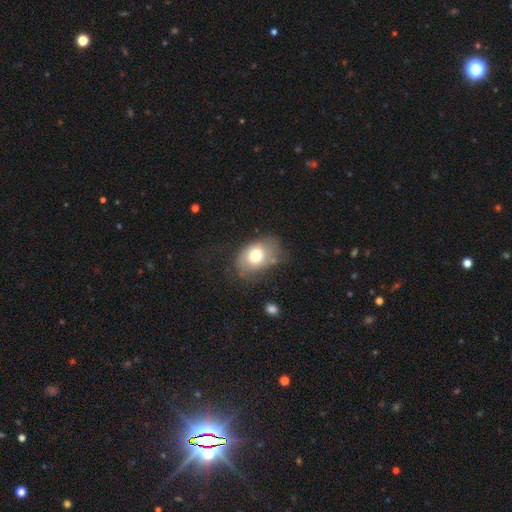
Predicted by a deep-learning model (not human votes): Smooth or featured? smooth (70%)
How rounded? in between (73%)
Merging? none (56%)